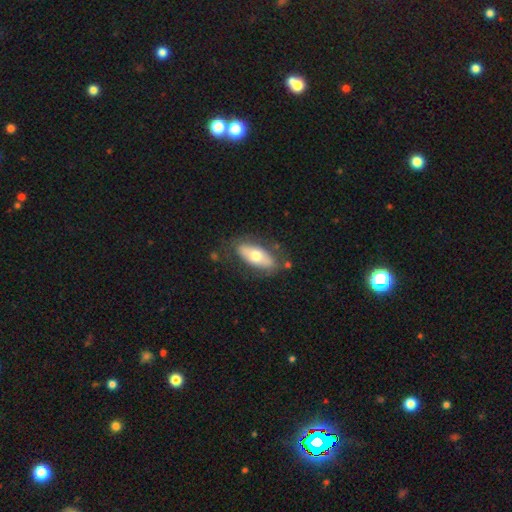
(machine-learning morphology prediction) Overall: smooth (58%; featured or disk 36%). How rounded: in between (83%). Merging: none (75%).